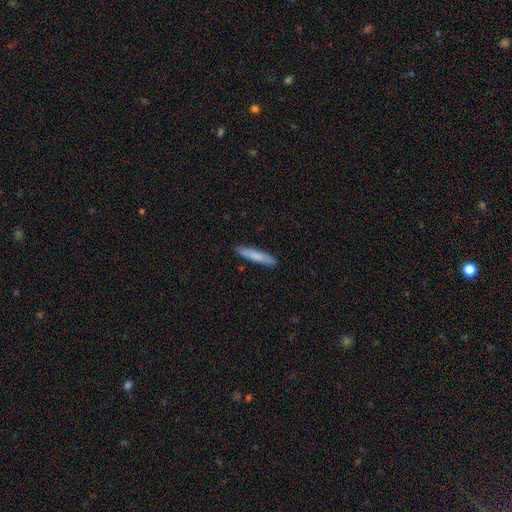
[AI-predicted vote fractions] A smooth galaxy with no disk features (78%) that is cigar-shaped (89%).

Vote fractions:
- Smooth or featured? smooth: 78% / featured or disk: 17% / star or artifact: 5%
- How rounded? cigar-shaped: 89% / in between: 10% / round: 1%
- Merging? none: 89% / minor disturbance: 9% / major disturbance: 2% / merger: 1%